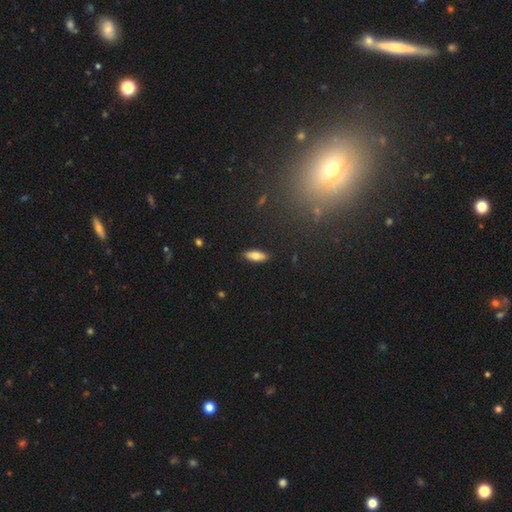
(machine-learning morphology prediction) A smooth galaxy with no disk features (75%) that is in between round and cigar-shaped (73%). Merging: none (88%).